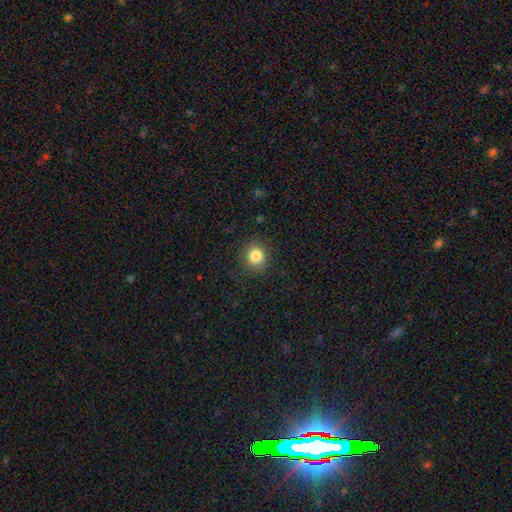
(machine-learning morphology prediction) Smooth or featured: smooth — 84% (star or artifact — 11%)
How rounded: round — 86% (in between — 13%)
Merging: none — 88% (minor disturbance — 8%)